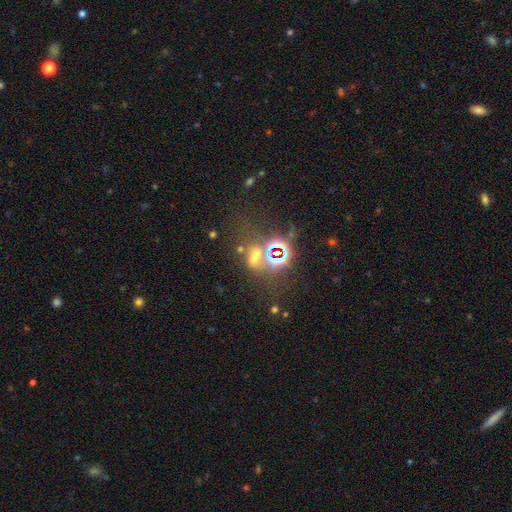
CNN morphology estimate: type=star or artifact (52%).